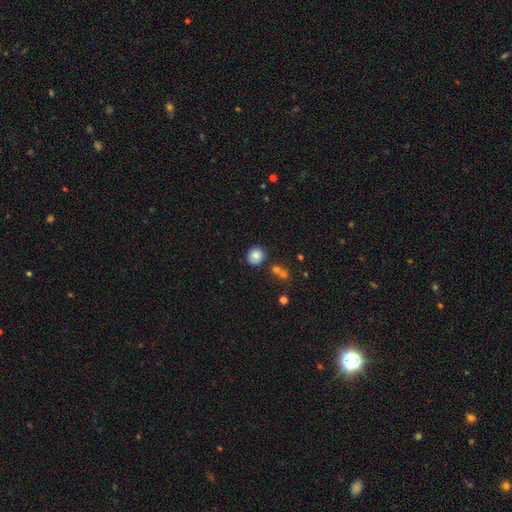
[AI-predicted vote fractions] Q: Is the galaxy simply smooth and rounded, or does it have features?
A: smooth — 82%.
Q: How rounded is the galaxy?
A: round — 82%.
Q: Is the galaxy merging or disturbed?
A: none — 80%.